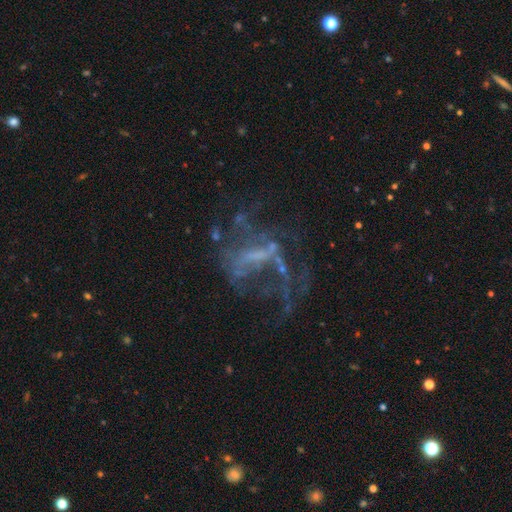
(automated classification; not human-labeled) Smooth or featured?
  - featured or disk: 66% *
  - star or artifact: 22%
  - smooth: 12%
Edge-on disk?
  - no: 95% *
  - yes: 5%
Bar?
  - no: 44% *
  - weak: 31%
  - strong: 25%
Spiral arms?
  - no: 58% *
  - yes: 42%
Bulge size?
  - none: 57% *
  - small: 25%
  - moderate: 14%
  - large: 3%
  - dominant: 1%
Merging?
  - major disturbance: 46% *
  - none: 34%
  - minor disturbance: 13%
  - merger: 7%